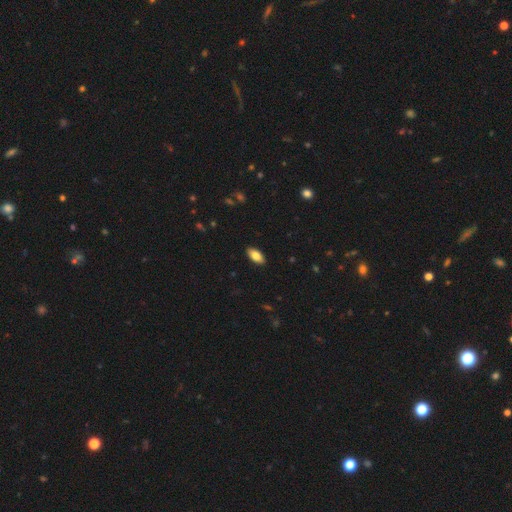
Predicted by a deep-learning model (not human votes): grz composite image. It shows a smooth galaxy with no disk features (84%) that is in between round and cigar-shaped (92%). Merging: none (90%).